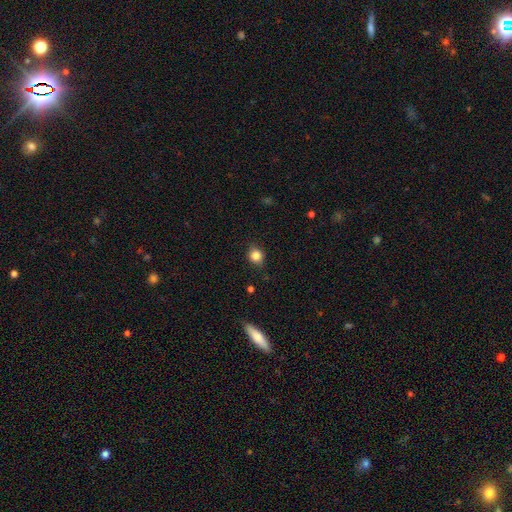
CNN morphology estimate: A smooth galaxy with no disk features (82%) that is round (73%).

Vote fractions:
- Smooth or featured? smooth: 82% / star or artifact: 11% / featured or disk: 7%
- How rounded? round: 73% / in between: 26% / cigar-shaped: 1%
- Merging? none: 84% / minor disturbance: 13% / major disturbance: 3% / merger: 1%